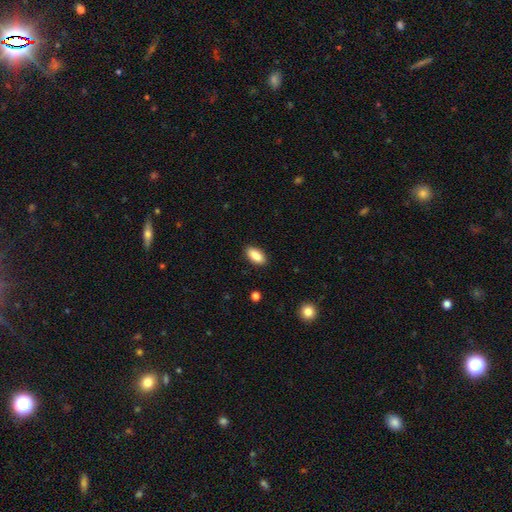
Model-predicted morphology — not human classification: Smooth or featured? Predicted: smooth (p=0.88). How rounded? Predicted: in between (p=0.90). Merging? Predicted: none (p=0.89).